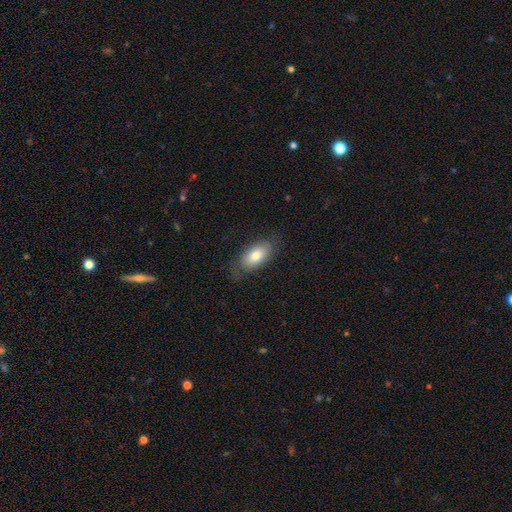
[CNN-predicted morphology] Smooth or featured? Predicted: smooth (p=0.75). How rounded? Predicted: in between (p=0.91). Merging? Predicted: none (p=0.73).